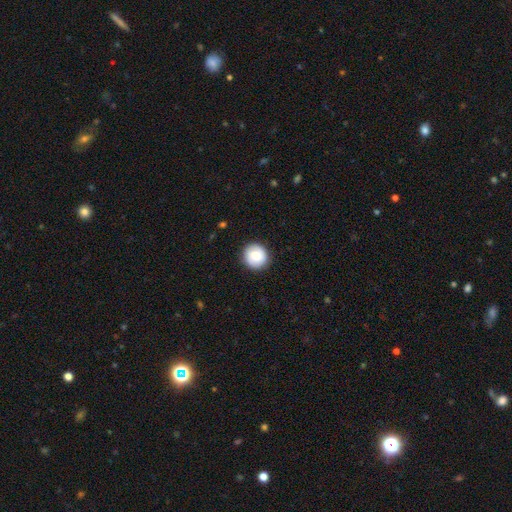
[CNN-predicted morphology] Overall: smooth (70%). How rounded: round (92%). Merging: none (90%).